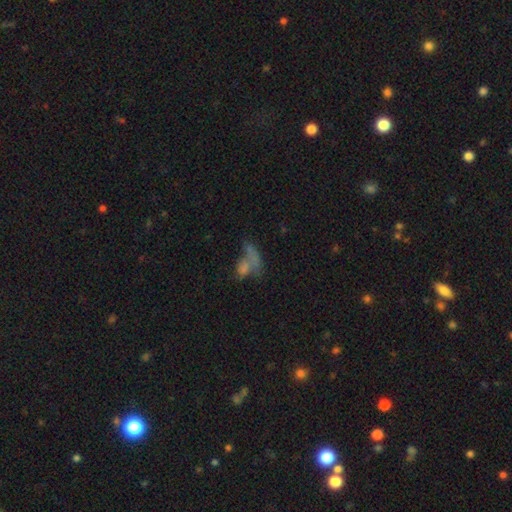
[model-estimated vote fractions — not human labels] This appears to be a star or artifact, not a galaxy (39%).